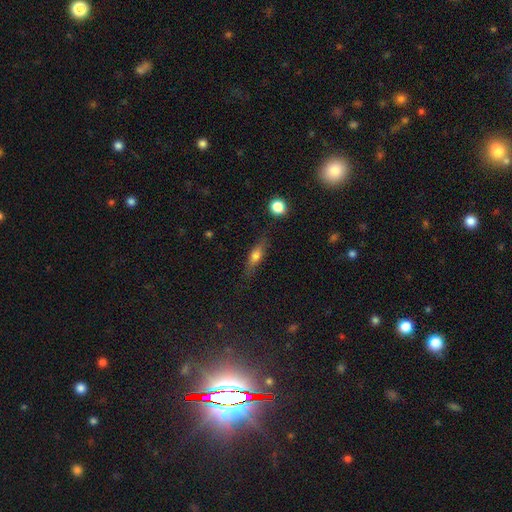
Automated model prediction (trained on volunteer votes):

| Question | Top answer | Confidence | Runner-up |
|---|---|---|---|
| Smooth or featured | smooth | 57% | featured or disk (34%) |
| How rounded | cigar-shaped | 54% | in between (40%) |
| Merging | none | 79% | minor disturbance (15%) |